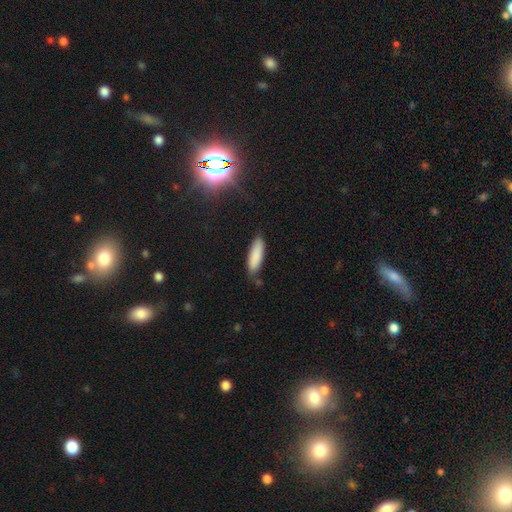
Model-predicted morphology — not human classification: type=smooth (87%); roundness=cigar-shaped (53%); merging=none (78%).